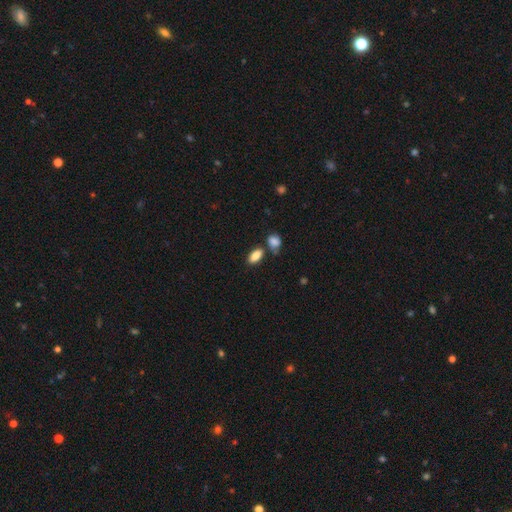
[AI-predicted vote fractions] Morphology: type=smooth (86%); roundness=in between (90%); merging=none (66%).